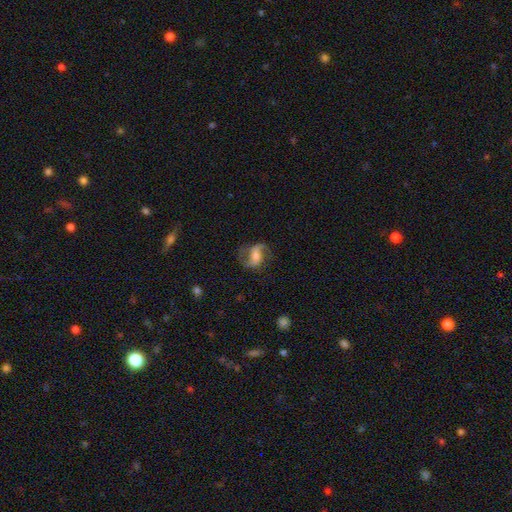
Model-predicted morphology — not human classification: smooth-or-featured: featured or disk: 74% | smooth: 18% | star or artifact: 7%
  disk-edge-on: no: 96% | yes: 4%
    bar: weak: 37% | strong: 34% | no: 29%
    has-spiral-arms: yes: 92% | no: 8%
      spiral-winding: loose: 52% | medium: 38% | tight: 10%
      spiral-arm-count: 2: 88% | 1: 4% | can't tell: 4% | 3: 1% | 4: 1% | more than 4: 1%
    bulge-size: moderate: 50% | small: 34% | large: 9% | none: 5% | dominant: 2%
  merging: none: 68% | minor disturbance: 18% | major disturbance: 12% | merger: 2%